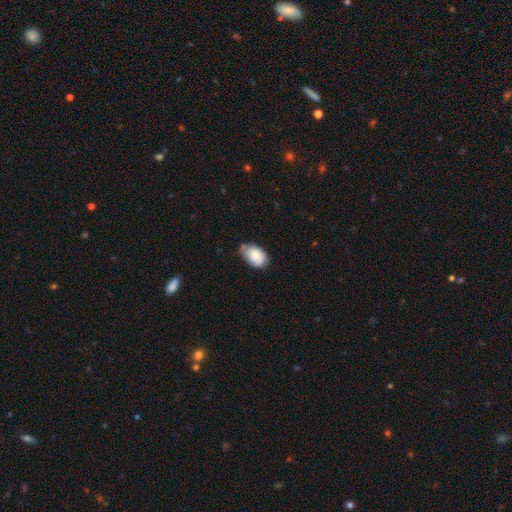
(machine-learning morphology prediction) The model was most divided on "merging": none: 55%, minor disturbance: 35%, major disturbance: 7%, merger: 2%. More confident: how rounded — in between (91%); smooth or featured — smooth (65%).